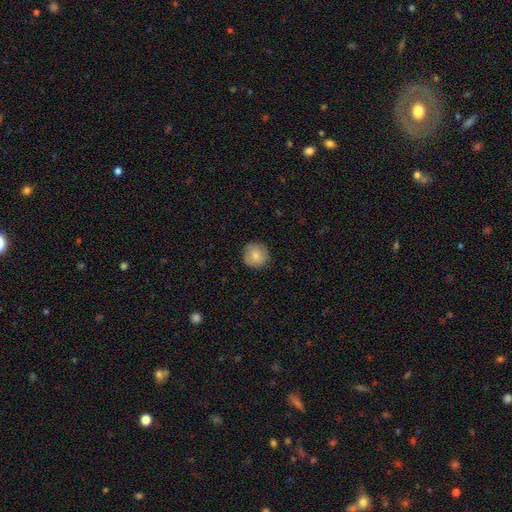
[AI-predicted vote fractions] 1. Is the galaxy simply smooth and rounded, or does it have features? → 81% smooth, 12% featured or disk, 7% star or artifact.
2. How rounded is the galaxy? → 94% round, 5% in between, 1% cigar-shaped.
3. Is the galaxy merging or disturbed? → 88% none, 9% minor disturbance, 2% major disturbance, 1% merger.